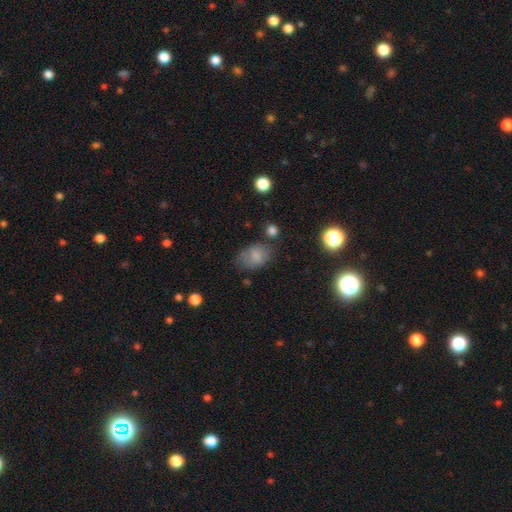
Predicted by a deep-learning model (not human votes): smooth 78%, featured or disk 12%, star or artifact 11%. Down the decision tree: how rounded — in between (84%); merging — none (62%).